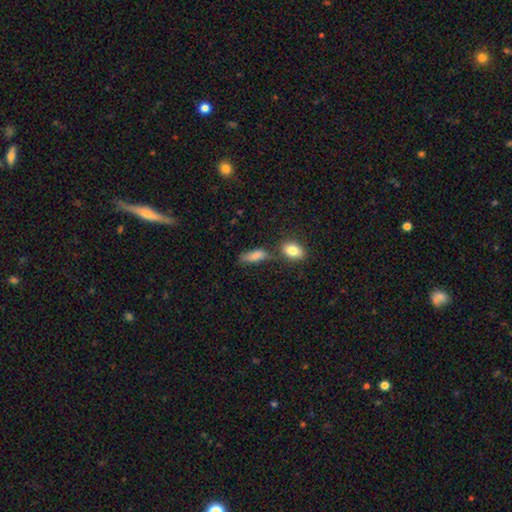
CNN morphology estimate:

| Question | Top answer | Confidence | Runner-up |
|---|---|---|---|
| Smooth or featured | smooth | 81% | featured or disk (11%) |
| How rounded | in between | 69% | cigar-shaped (28%) |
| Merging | none | 49% | minor disturbance (22%) |